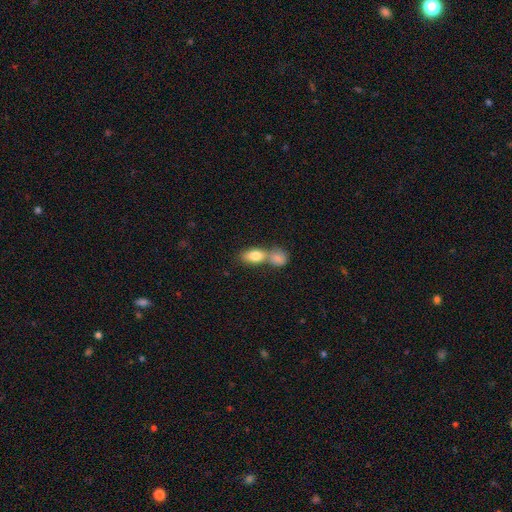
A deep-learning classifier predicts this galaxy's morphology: smooth 81%, featured or disk 12%, star or artifact 7%. Down the decision tree: how rounded — in between (82%); merging — merger (59%).